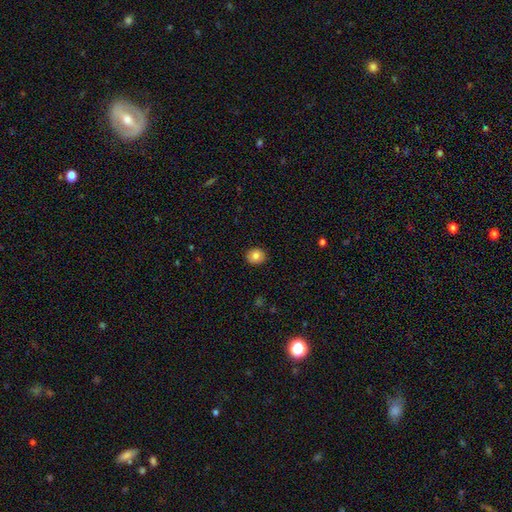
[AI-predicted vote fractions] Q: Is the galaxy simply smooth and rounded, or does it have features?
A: smooth — 83%.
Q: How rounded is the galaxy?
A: round — 71%.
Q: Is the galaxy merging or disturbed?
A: none — 90%.